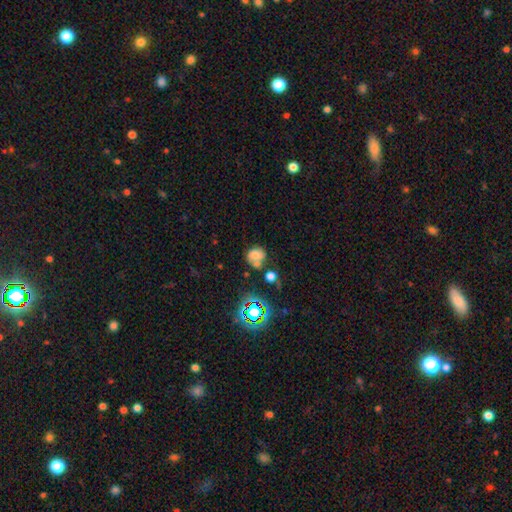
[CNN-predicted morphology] Smooth or featured? smooth (62%)
How rounded? round (66%)
Merging? none (39%)